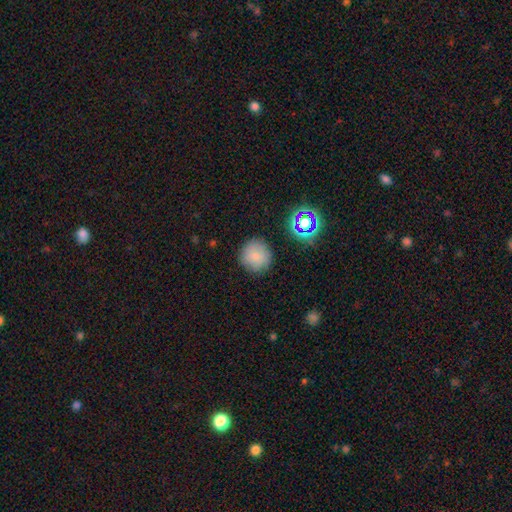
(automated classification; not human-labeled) smooth-or-featured: smooth: 80% | star or artifact: 13% | featured or disk: 7%
  how-rounded: round: 94% | in between: 5% | cigar-shaped: 1%
  merging: none: 86% | minor disturbance: 9% | major disturbance: 3% | merger: 2%